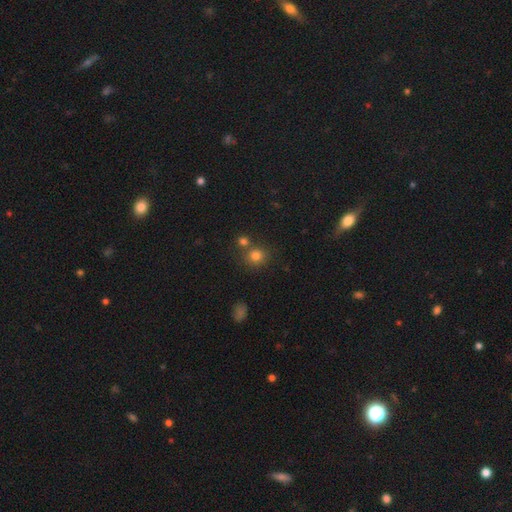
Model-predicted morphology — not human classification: Smooth or featured? smooth (79%)
How rounded? round (88%)
Merging? none (68%)